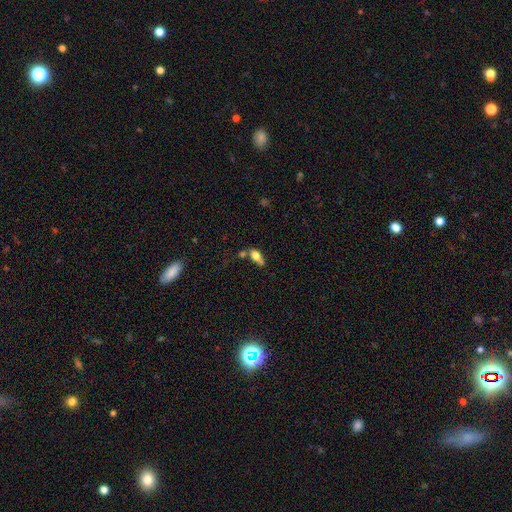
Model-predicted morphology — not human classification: type=smooth (65%); roundness=in between (77%); merging=none (42%).